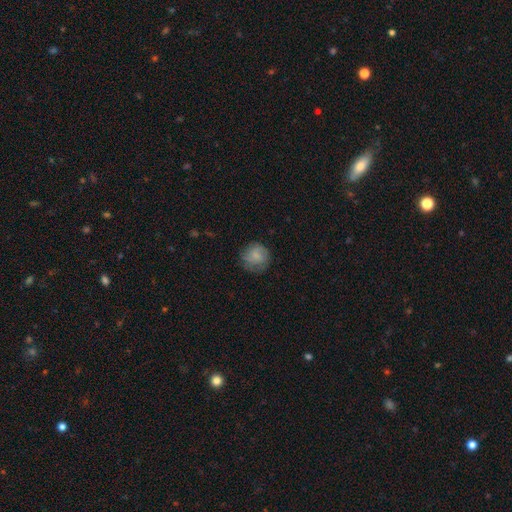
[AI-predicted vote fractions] The model was most divided on "merging": none: 73%, minor disturbance: 19%, major disturbance: 7%, merger: 1%. More confident: how rounded — round (88%); smooth or featured — smooth (76%).